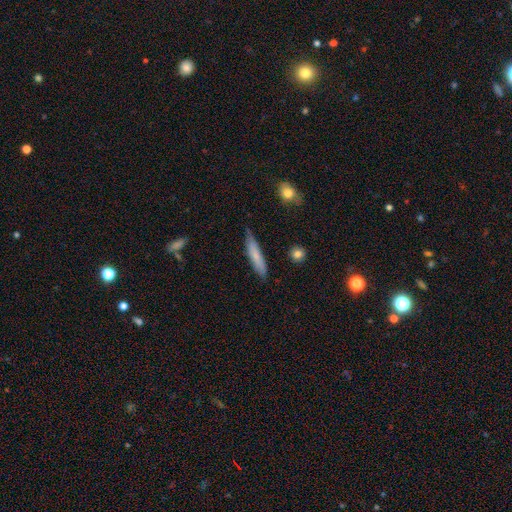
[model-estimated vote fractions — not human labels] This appears to be a smooth galaxy with no disk features (73%) that is cigar-shaped (86%). Merging: none (76%).